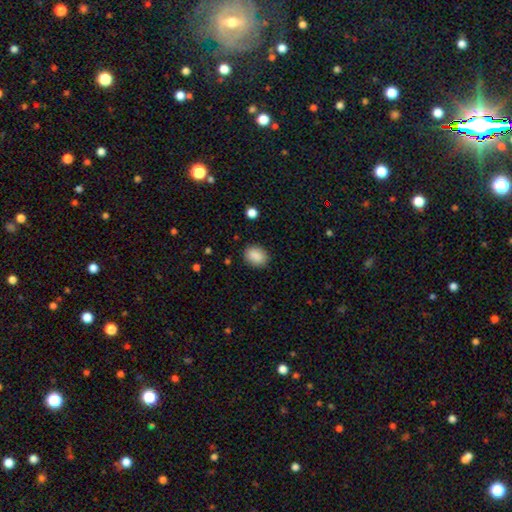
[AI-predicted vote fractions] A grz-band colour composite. It shows a smooth galaxy with no disk features (88%) that is in between round and cigar-shaped (62%). Merging: none (86%).